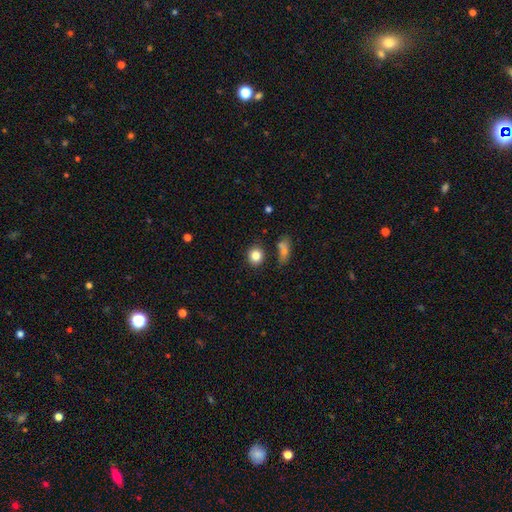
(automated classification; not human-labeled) A smooth galaxy with no disk features (84%) that is round (83%). Merging: none (82%).